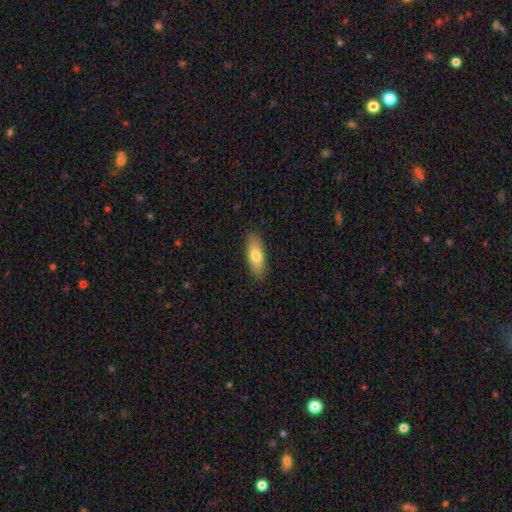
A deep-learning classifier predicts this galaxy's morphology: Smooth or featured? smooth (74%)
How rounded? in between (67%)
Merging? none (89%)